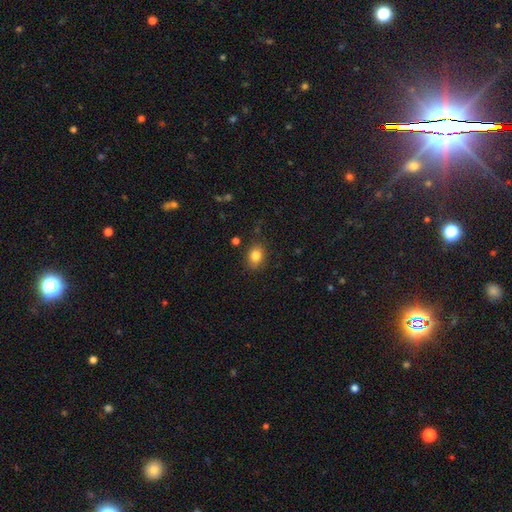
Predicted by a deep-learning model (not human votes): Q: Smooth or featured?
A: smooth (83%); runner-up: star or artifact (10%)
Q: How rounded?
A: in between (53%); runner-up: round (46%)
Q: Merging?
A: none (83%); runner-up: minor disturbance (12%)